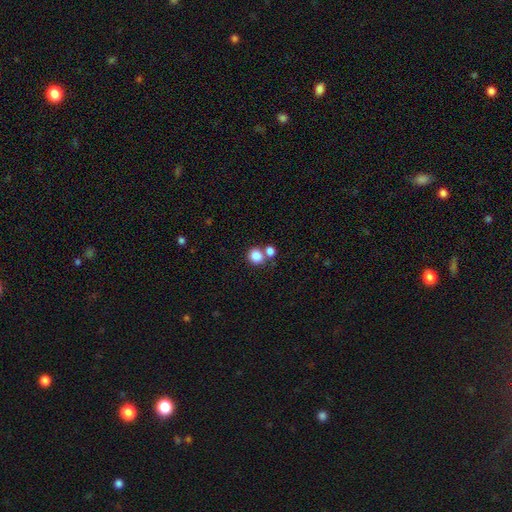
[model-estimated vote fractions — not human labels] Q: Smooth or featured?
A: smooth (84%); runner-up: star or artifact (10%)
Q: How rounded?
A: round (82%); runner-up: in between (17%)
Q: Merging?
A: none (56%); runner-up: merger (32%)